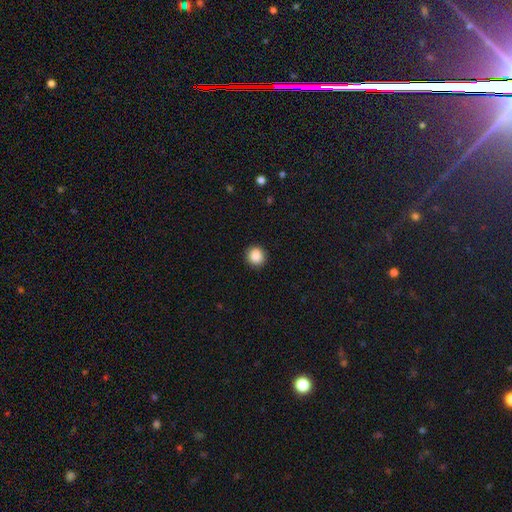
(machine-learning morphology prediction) Q: Smooth or featured?
A: smooth (88%); runner-up: star or artifact (9%)
Q: How rounded?
A: round (90%); runner-up: in between (9%)
Q: Merging?
A: none (91%); runner-up: minor disturbance (6%)